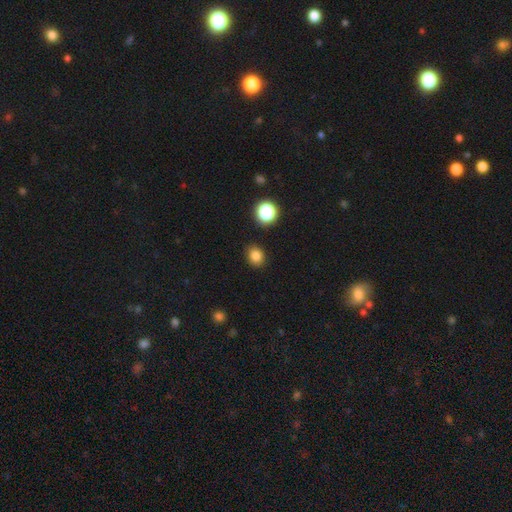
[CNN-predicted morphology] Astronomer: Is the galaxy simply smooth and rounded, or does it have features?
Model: smooth — 82%.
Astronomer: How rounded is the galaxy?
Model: round — 60% (runner-up: in between, 39%).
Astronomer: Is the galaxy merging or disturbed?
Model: none — 88%.